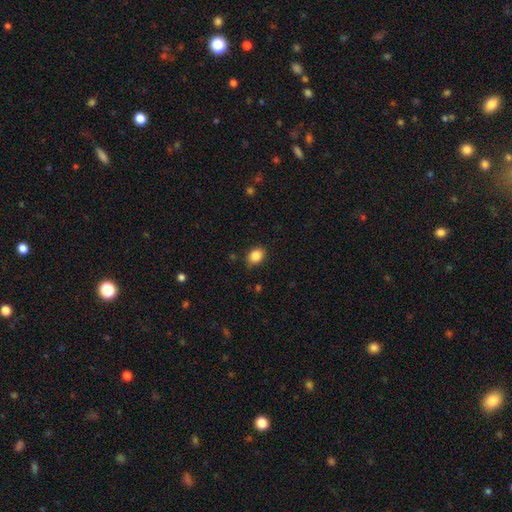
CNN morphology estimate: Smooth or featured? Predicted: smooth (p=0.86). How rounded? Predicted: in between (p=0.61). Merging? Predicted: none (p=0.80).